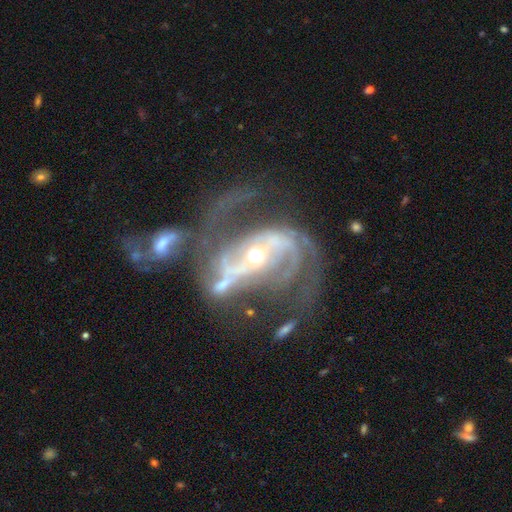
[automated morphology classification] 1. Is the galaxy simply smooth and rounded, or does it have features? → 91% featured or disk, 6% star or artifact, 4% smooth.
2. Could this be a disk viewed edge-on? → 97% no, 3% yes.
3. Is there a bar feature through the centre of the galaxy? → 43% strong, 30% weak, 27% no.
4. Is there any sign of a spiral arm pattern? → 96% yes, 4% no.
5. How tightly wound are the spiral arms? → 49% medium, 30% loose, 22% tight.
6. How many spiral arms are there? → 71% 2, 10% 3, 9% can't tell, 4% 1, 3% 4, 3% more than 4.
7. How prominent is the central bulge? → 59% moderate, 34% small, 4% large, 1% none, 1% dominant.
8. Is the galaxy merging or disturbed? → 33% merger, 27% major disturbance, 26% none, 14% minor disturbance.